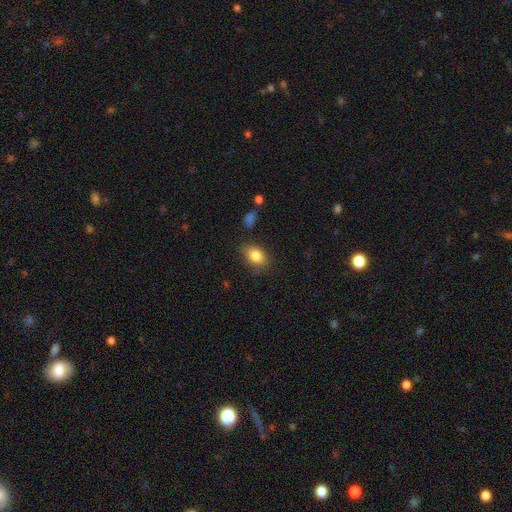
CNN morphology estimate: smooth_or_featured: smooth (p=0.84) [alt: star or artifact p=0.08]
how_rounded: in between (p=0.81) [alt: round p=0.18]
merging: none (p=0.79) [alt: minor disturbance p=0.15]